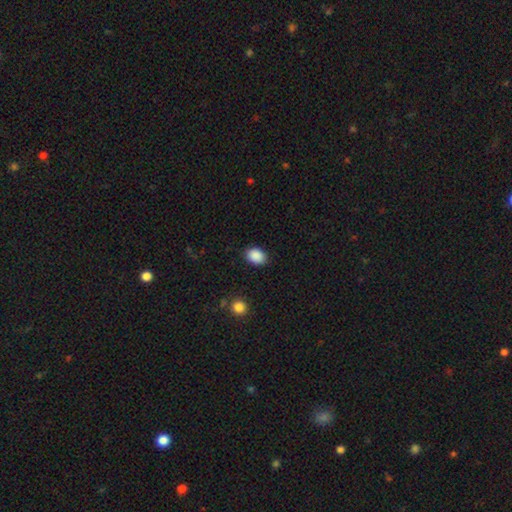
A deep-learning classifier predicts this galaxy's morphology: Smooth or featured?
  - smooth: 90% *
  - star or artifact: 8%
  - featured or disk: 3%
How rounded?
  - in between: 72% *
  - round: 27%
  - cigar-shaped: 1%
Merging?
  - none: 85% *
  - minor disturbance: 11%
  - major disturbance: 3%
  - merger: 1%